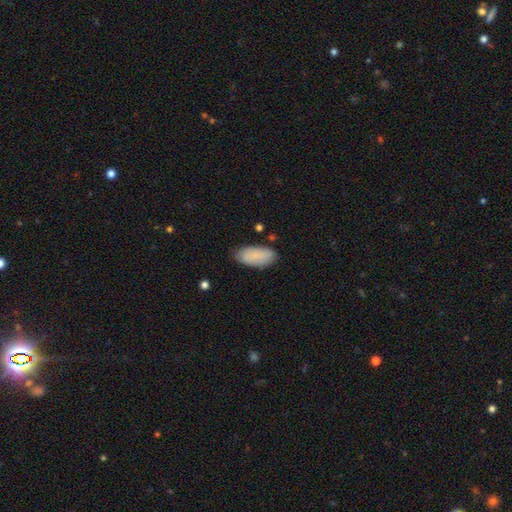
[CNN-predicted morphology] smooth 87%, featured or disk 7%, star or artifact 6%. Down the decision tree: how rounded — in between (90%); merging — none (79%).